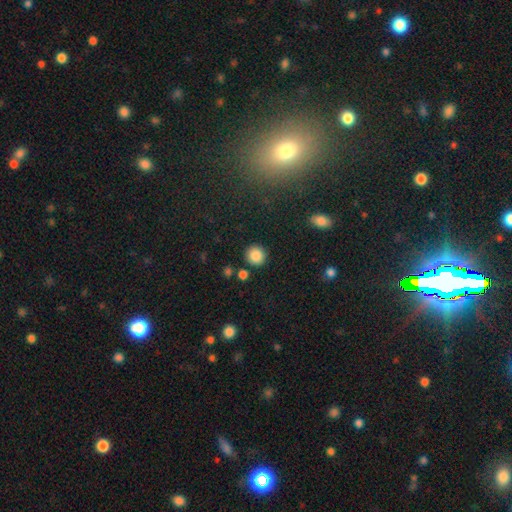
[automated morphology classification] Smooth or featured? Predicted: smooth (p=0.86). How rounded? Predicted: round (p=0.91). Merging? Predicted: none (p=0.87).